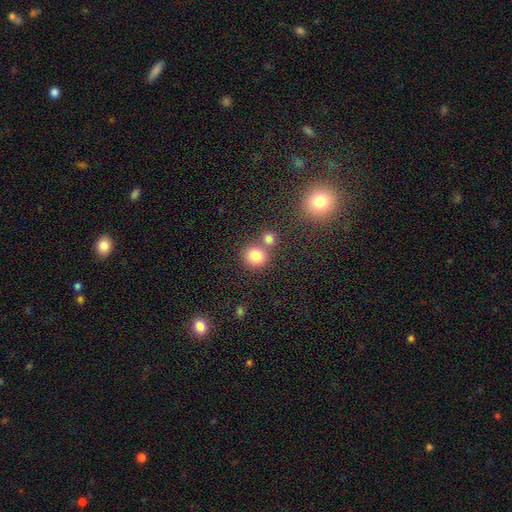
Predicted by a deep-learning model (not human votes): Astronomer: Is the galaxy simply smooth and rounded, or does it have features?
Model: smooth — 82%.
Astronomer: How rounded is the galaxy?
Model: round — 84%.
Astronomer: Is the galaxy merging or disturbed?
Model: none — 59%.